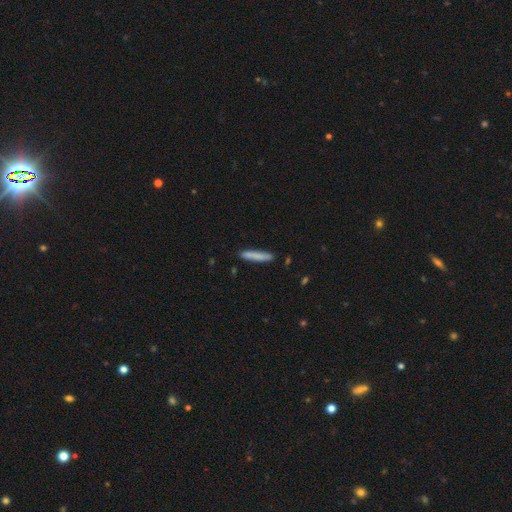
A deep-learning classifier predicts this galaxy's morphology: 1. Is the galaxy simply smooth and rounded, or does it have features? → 81% smooth, 13% featured or disk, 6% star or artifact.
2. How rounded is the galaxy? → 94% cigar-shaped, 5% in between, 1% round.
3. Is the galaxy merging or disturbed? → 87% none, 10% minor disturbance, 2% merger, 2% major disturbance.